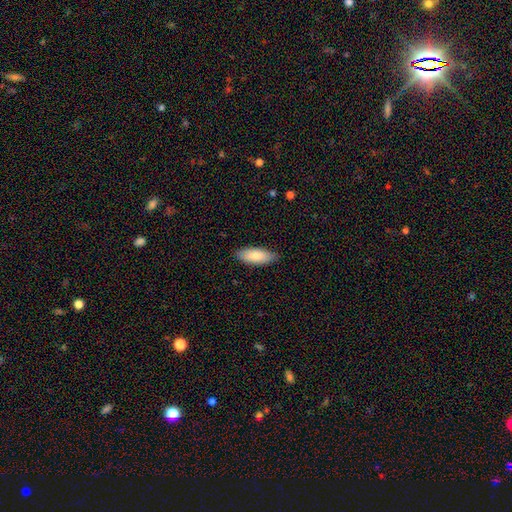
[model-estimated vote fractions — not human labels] This appears to be a smooth galaxy with no disk features (83%) that is in between round and cigar-shaped (81%). Merging: none (84%).